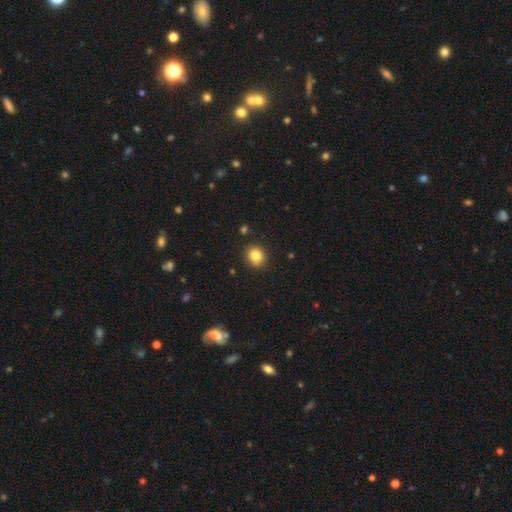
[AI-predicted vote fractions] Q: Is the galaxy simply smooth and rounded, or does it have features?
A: smooth — 84%.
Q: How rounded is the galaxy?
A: round — 75%.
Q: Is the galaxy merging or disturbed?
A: none — 84%.